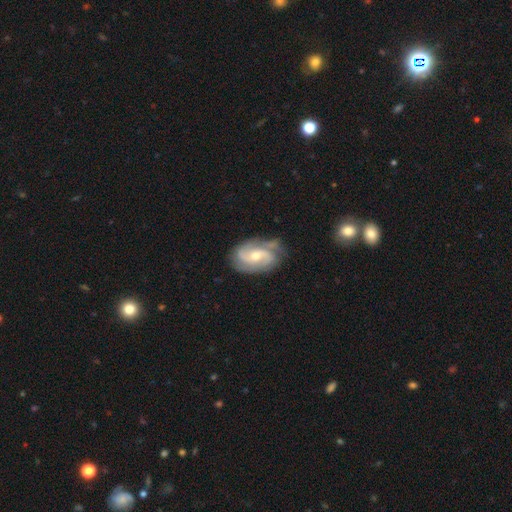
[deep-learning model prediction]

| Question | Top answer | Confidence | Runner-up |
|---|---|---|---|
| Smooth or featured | featured or disk | 84% | smooth (11%) |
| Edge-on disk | no | 97% | yes (3%) |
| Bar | no | 50% | weak (39%) |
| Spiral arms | yes | 96% | no (4%) |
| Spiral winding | medium | 47% | tight (33%) |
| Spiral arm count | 2 | 58% | 3 (22%) |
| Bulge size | moderate | 53% | small (43%) |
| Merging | none | 67% | minor disturbance (23%) |